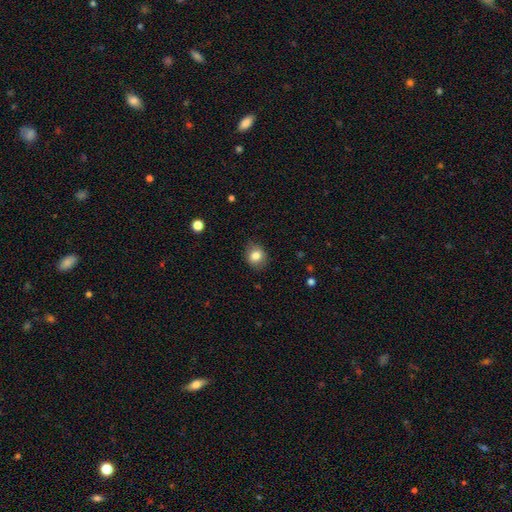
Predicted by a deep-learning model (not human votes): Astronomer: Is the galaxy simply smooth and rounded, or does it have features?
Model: smooth — 82%.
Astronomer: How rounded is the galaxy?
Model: round — 68%.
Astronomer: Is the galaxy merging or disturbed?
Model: none — 83%.